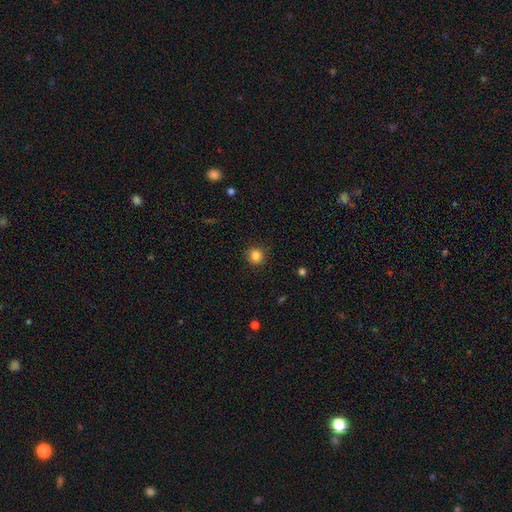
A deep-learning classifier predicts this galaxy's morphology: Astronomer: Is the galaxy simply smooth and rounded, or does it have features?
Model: smooth — 85%.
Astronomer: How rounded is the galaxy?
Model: round — 94%.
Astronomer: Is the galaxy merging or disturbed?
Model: none — 91%.